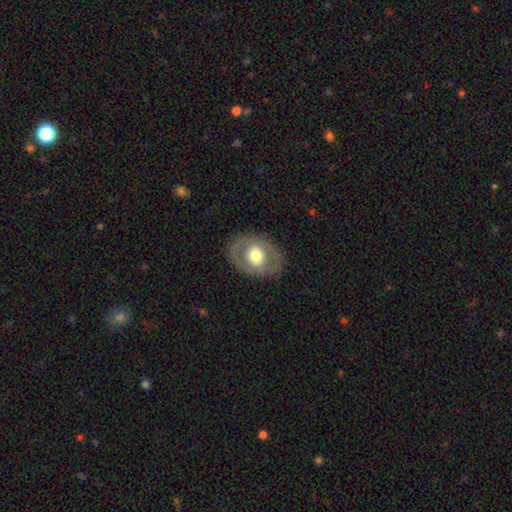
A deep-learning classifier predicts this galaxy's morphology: This appears to be a featured or disk galaxy (48%). Merging: none (82%).